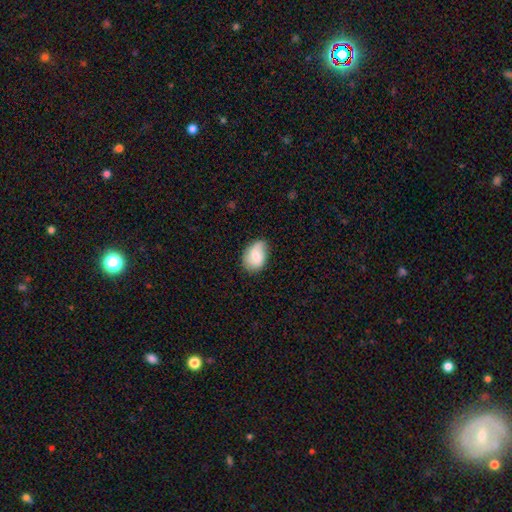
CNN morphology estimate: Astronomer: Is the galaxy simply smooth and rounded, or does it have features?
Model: smooth — 70%.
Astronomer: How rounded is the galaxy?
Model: in between — 80%.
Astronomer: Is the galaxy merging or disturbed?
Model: none — 59%.